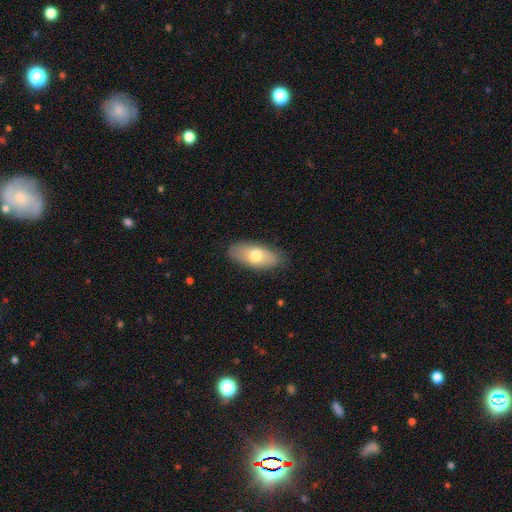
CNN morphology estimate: smooth_or_featured: smooth (p=0.70) [alt: featured or disk p=0.24]
how_rounded: in between (p=0.86) [alt: cigar-shaped p=0.11]
merging: none (p=0.84) [alt: minor disturbance p=0.12]